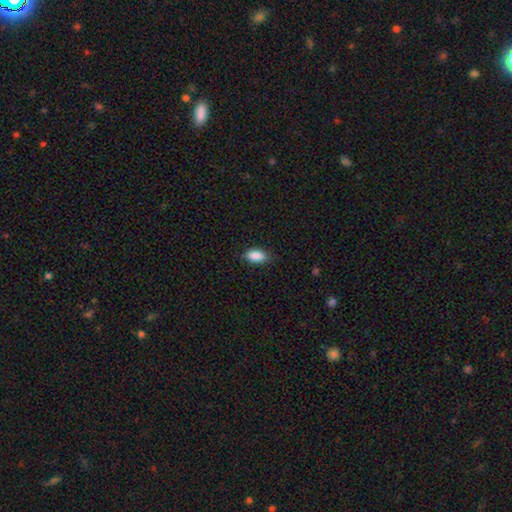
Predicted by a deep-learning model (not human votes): This is clearly a smooth galaxy (89%). How rounded: clearly in between (91%). Merging: likely none (79%).